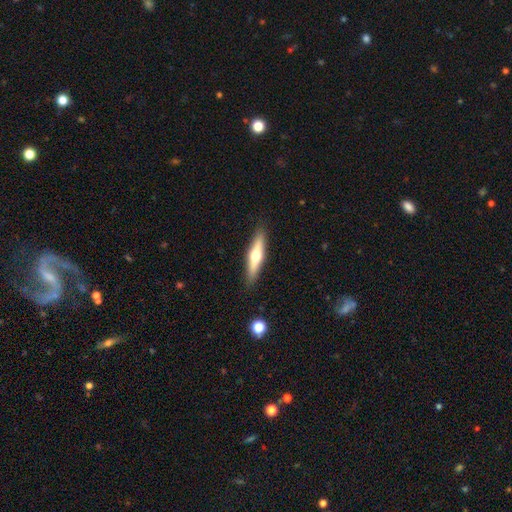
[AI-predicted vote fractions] A featured or disk galaxy (53%) viewed edge-on (92%). Merging: none (89%).